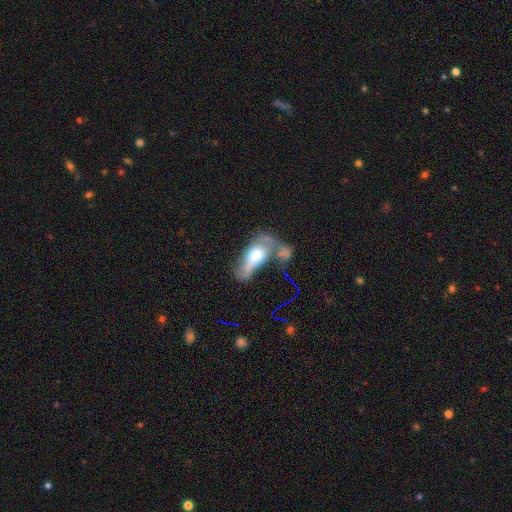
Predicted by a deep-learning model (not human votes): smooth 50%, featured or disk 42%, star or artifact 8%. Down the decision tree: how rounded — in between (76%); merging — merger (42%).